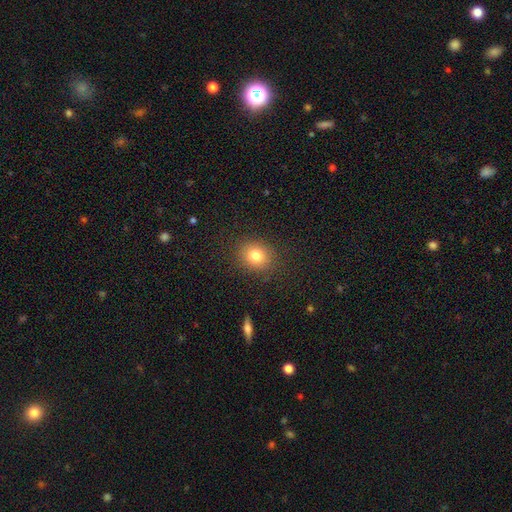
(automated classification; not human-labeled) Smooth or featured?
  - smooth: 80% *
  - star or artifact: 12%
  - featured or disk: 8%
How rounded?
  - round: 72% *
  - in between: 27%
  - cigar-shaped: 1%
Merging?
  - none: 88% *
  - minor disturbance: 8%
  - major disturbance: 3%
  - merger: 1%